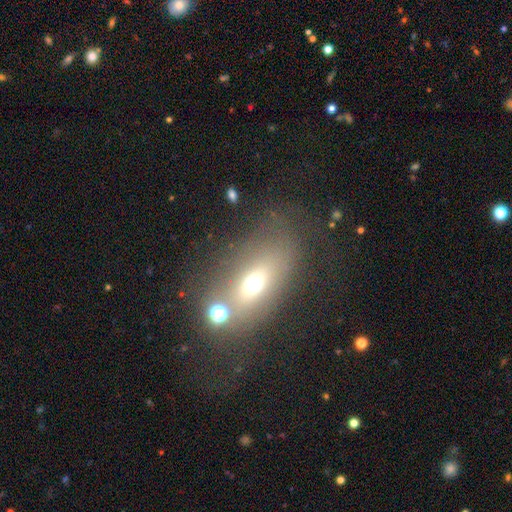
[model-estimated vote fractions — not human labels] smooth-or-featured: smooth: 51% | featured or disk: 32% | star or artifact: 17%
  how-rounded: in between: 76% | round: 13% | cigar-shaped: 12%
  merging: none: 48% | merger: 28% | minor disturbance: 14% | major disturbance: 10%